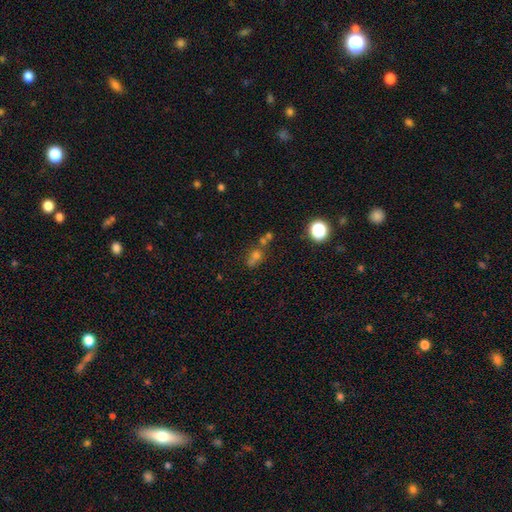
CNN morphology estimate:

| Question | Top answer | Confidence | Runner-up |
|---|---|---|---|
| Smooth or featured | smooth | 55% | star or artifact (28%) |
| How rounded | round | 67% | in between (30%) |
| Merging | none | 45% | merger (36%) |